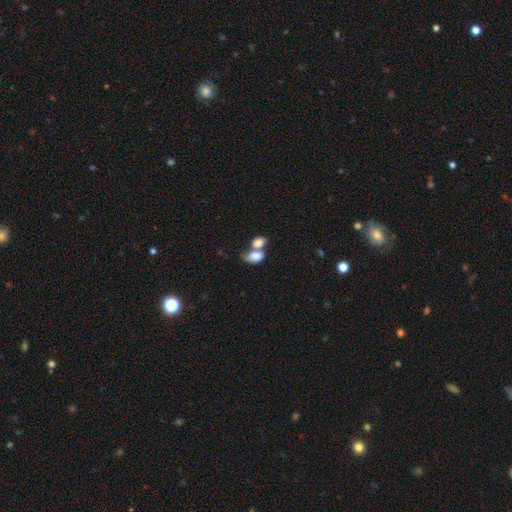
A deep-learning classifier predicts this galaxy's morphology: A smooth galaxy with no disk features (79%) that is in between round and cigar-shaped (86%). Merging: merger (68%).